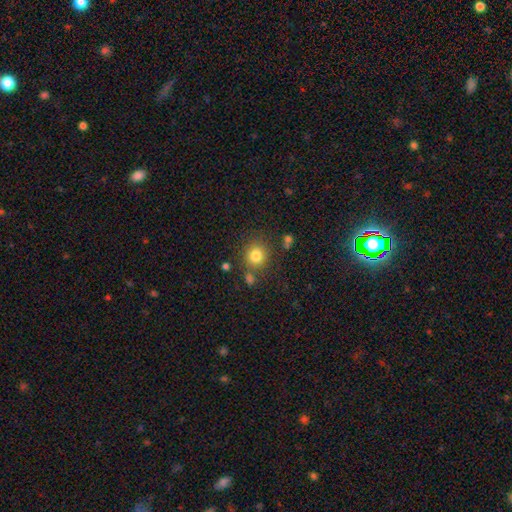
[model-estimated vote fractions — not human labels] smooth 81%, star or artifact 12%, featured or disk 7%. Down the decision tree: how rounded — round (87%); merging — none (77%).